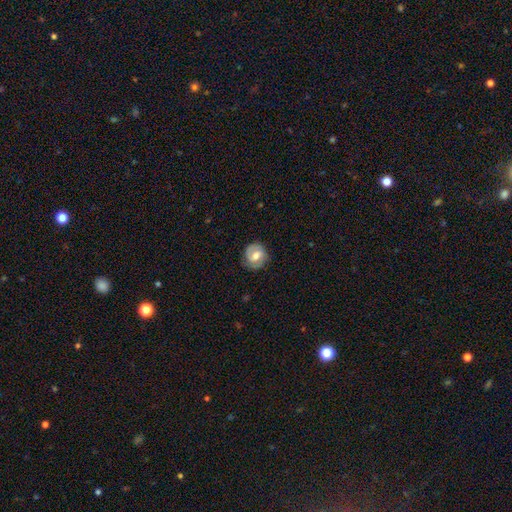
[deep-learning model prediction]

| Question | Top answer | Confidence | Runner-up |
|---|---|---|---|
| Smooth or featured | featured or disk | 57% | smooth (36%) |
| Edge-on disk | no | 97% | yes (3%) |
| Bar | weak | 50% | no (30%) |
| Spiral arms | yes | 82% | no (18%) |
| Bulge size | moderate | 67% | large (16%) |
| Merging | none | 83% | minor disturbance (12%) |